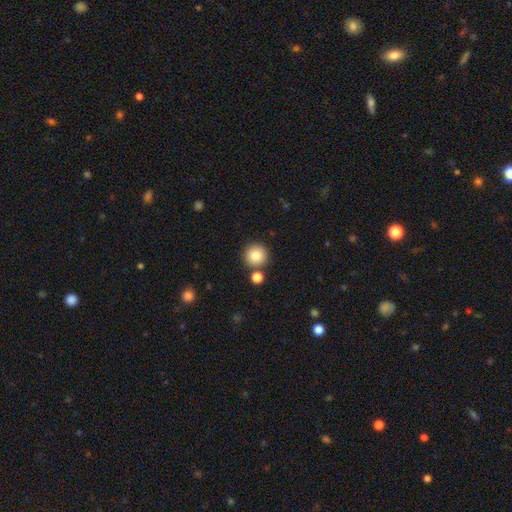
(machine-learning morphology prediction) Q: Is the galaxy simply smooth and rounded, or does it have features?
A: smooth — 83%.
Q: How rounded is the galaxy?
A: round — 95%.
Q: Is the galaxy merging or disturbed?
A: none — 82%.